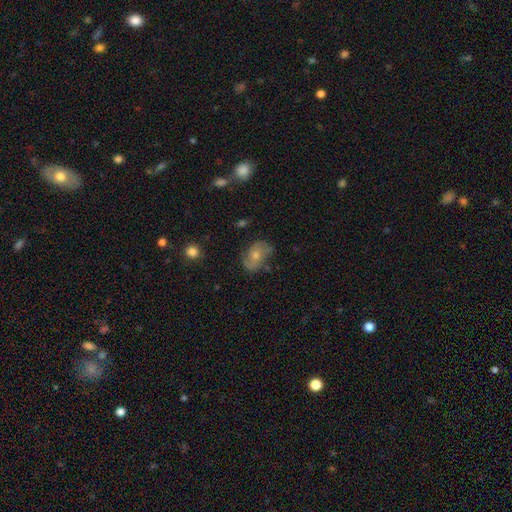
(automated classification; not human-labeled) This appears to be a smooth galaxy with no disk features (49%). Merging: none (64%).